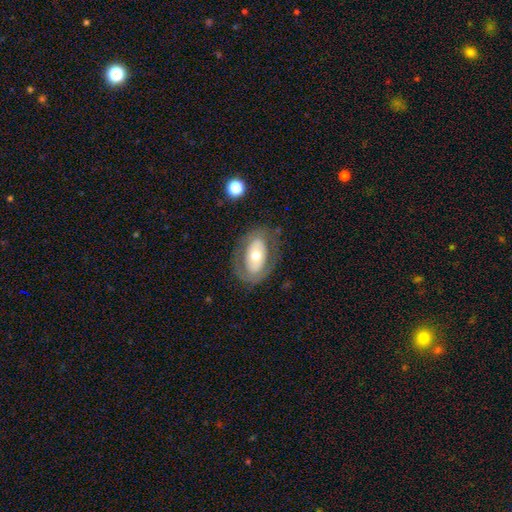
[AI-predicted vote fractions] This is possibly a featured or disk galaxy (52%). It is clearly not viewed edge-on (90%). Merging: likely none (74%).